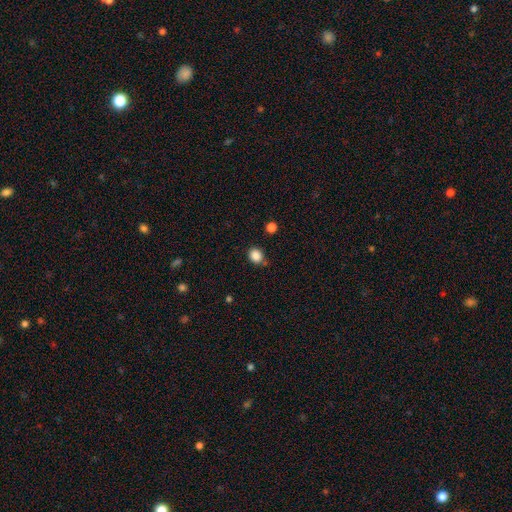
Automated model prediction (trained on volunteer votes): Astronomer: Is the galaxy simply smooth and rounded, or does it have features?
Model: smooth — 86%.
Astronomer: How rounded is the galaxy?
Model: round — 73%.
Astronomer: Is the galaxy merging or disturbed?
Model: none — 75%.